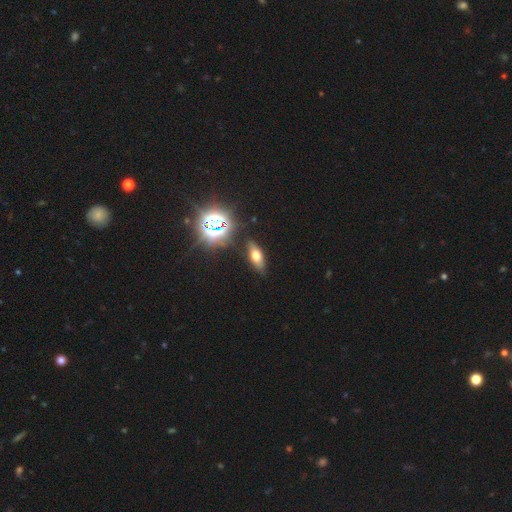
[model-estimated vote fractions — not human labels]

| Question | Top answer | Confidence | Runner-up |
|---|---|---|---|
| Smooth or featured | smooth | 50% | featured or disk (28%) |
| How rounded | in between | 68% | cigar-shaped (25%) |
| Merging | none | 86% | minor disturbance (9%) |